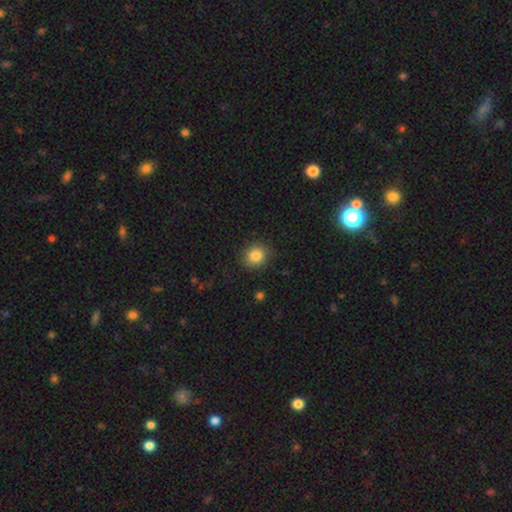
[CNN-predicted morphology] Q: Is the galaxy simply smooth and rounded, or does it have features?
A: smooth — 85%.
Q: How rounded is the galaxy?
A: round — 82%.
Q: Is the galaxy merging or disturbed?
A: none — 87%.